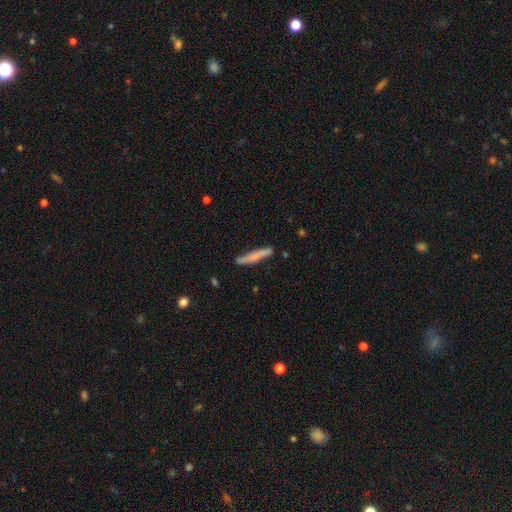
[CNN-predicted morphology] Smooth or featured?
  - smooth: 65% *
  - featured or disk: 28%
  - star or artifact: 6%
How rounded?
  - cigar-shaped: 95% *
  - in between: 3%
  - round: 1%
Merging?
  - none: 84% *
  - minor disturbance: 12%
  - major disturbance: 2%
  - merger: 2%